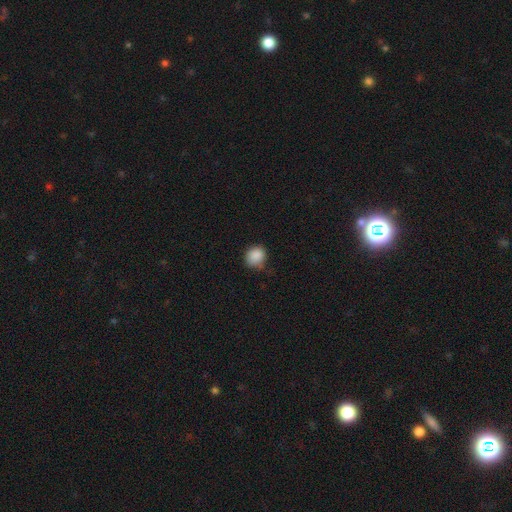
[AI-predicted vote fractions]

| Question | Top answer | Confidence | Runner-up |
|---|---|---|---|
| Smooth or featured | smooth | 88% | star or artifact (9%) |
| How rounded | round | 79% | in between (20%) |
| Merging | none | 68% | minor disturbance (26%) |